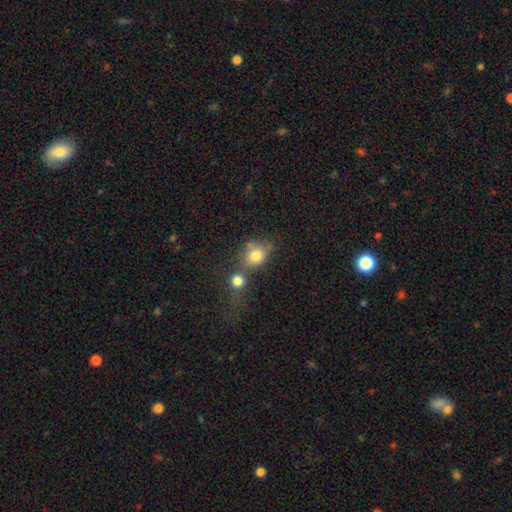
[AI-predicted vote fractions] smooth-or-featured: smooth: 78% | star or artifact: 11% | featured or disk: 10%
  how-rounded: round: 62% | in between: 36% | cigar-shaped: 1%
  merging: none: 42% | merger: 39% | minor disturbance: 12% | major disturbance: 7%